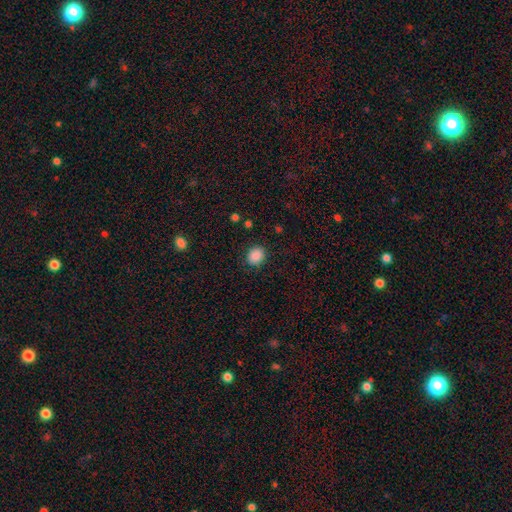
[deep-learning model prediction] smooth_or_featured: smooth (p=0.87) [alt: star or artifact p=0.09]
how_rounded: round (p=0.66) [alt: in between p=0.33]
merging: none (p=0.86) [alt: minor disturbance p=0.10]